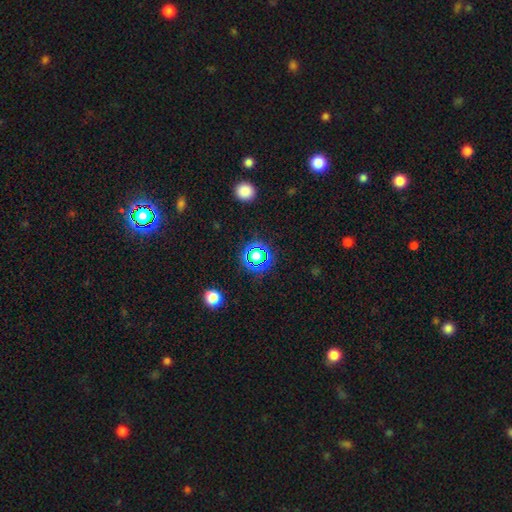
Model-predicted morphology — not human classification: A star or artifact, not a galaxy (57%).

Vote fractions:
- Smooth or featured? star or artifact: 57% / smooth: 34% / featured or disk: 9%